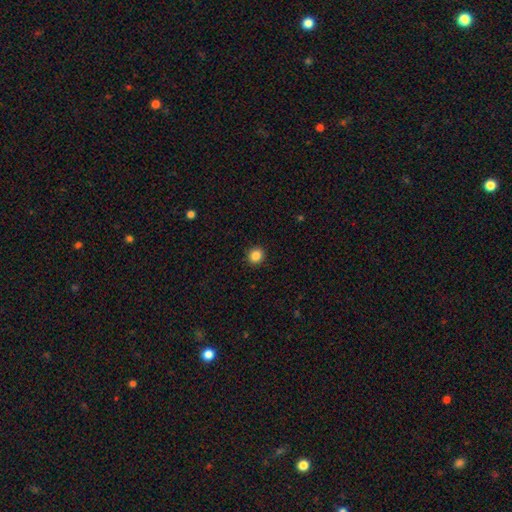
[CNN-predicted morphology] Smooth or featured?
  - smooth: 86% *
  - star or artifact: 10%
  - featured or disk: 4%
How rounded?
  - round: 85% *
  - in between: 14%
  - cigar-shaped: 1%
Merging?
  - none: 92% *
  - minor disturbance: 5%
  - major disturbance: 2%
  - merger: 1%